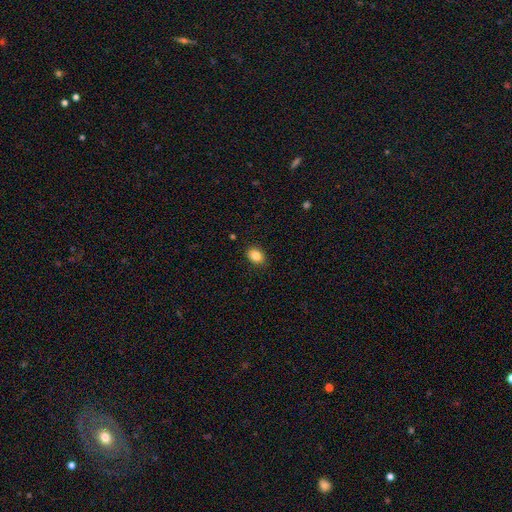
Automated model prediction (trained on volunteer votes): Overall: smooth (85%). How rounded: in between (68%; round 31%). Merging: none (88%).